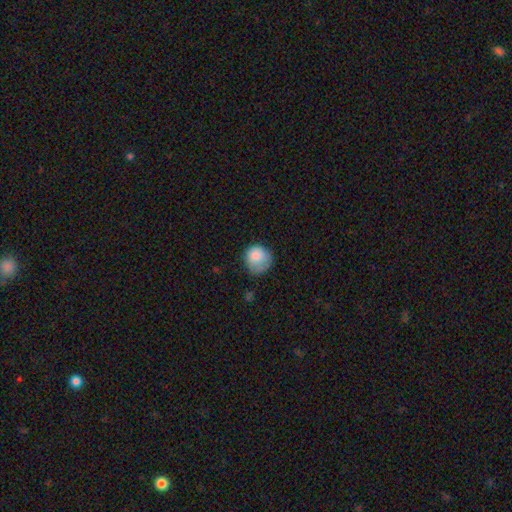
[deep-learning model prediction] This appears to be a smooth galaxy with no disk features (82%) that is round (82%). Merging: none (51%).